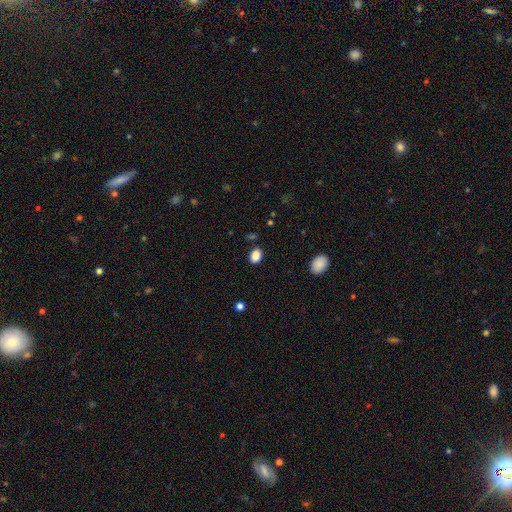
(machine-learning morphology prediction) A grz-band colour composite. It shows a smooth galaxy with no disk features (87%) that is in between round and cigar-shaped (77%). Merging: none (84%).